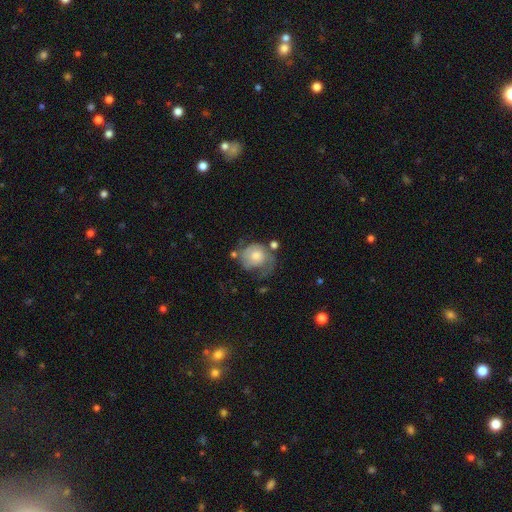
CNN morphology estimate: Smooth or featured? featured or disk (49%)
Merging? none (38%)